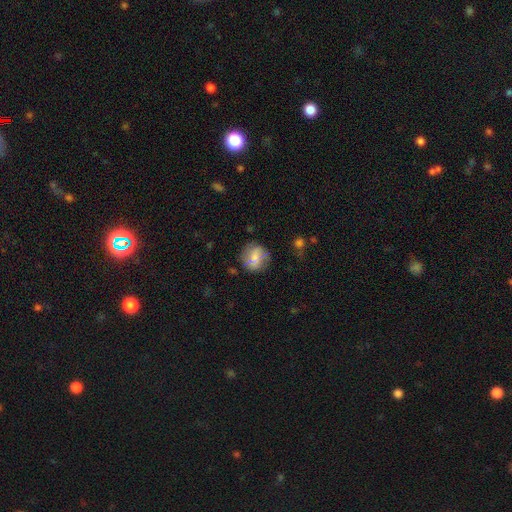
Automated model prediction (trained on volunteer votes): The model was most divided on "smooth or featured": smooth: 64%, featured or disk: 27%, star or artifact: 9%. More confident: how rounded — round (74%); merging — none (66%).